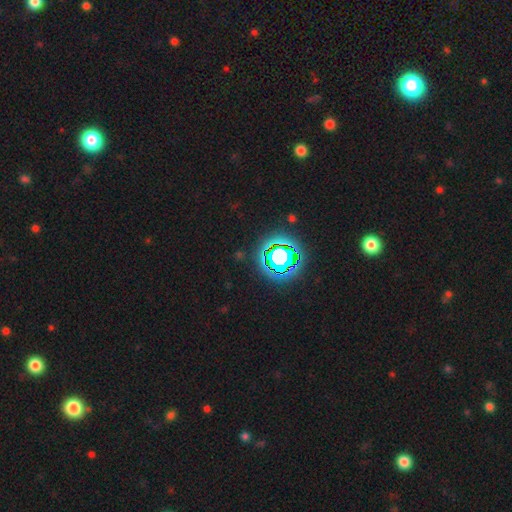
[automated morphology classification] This appears to be a star or artifact, not a galaxy (75%).